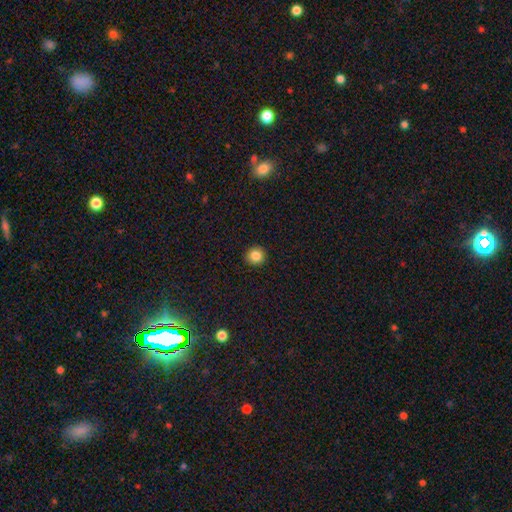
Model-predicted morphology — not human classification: This is clearly a smooth galaxy (84%). How rounded: clearly round (94%). Merging: clearly none (93%).